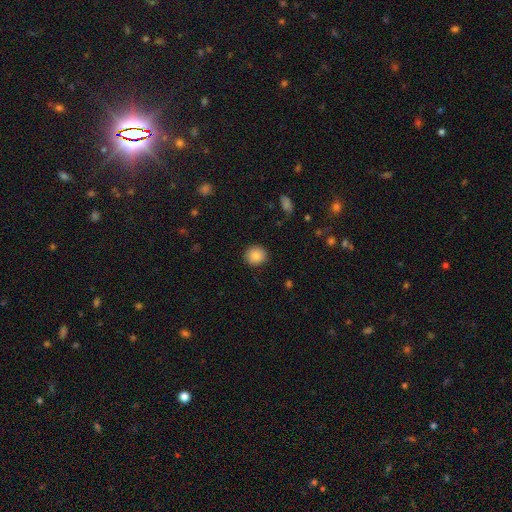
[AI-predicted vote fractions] Smooth or featured? Predicted: smooth (p=0.86). How rounded? Predicted: round (p=0.87). Merging? Predicted: none (p=0.90).